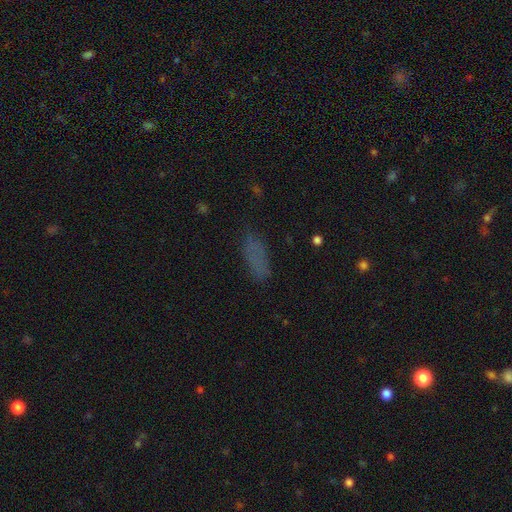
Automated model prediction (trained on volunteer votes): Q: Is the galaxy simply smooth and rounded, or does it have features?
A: smooth — 72%.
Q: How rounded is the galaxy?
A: in between — 67%.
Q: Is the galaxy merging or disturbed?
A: none — 78%.